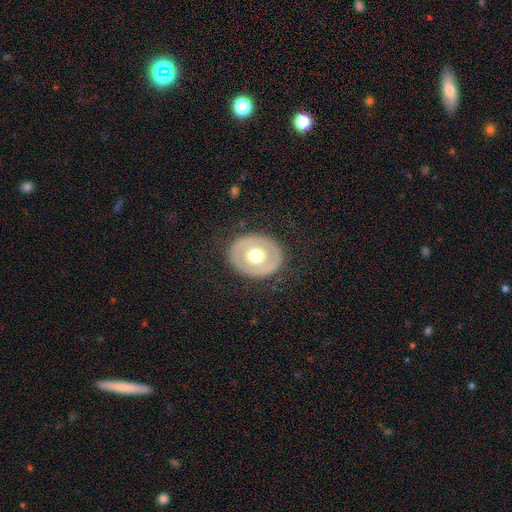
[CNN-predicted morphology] This is possibly a featured or disk galaxy (49%). Merging: clearly none (84%).